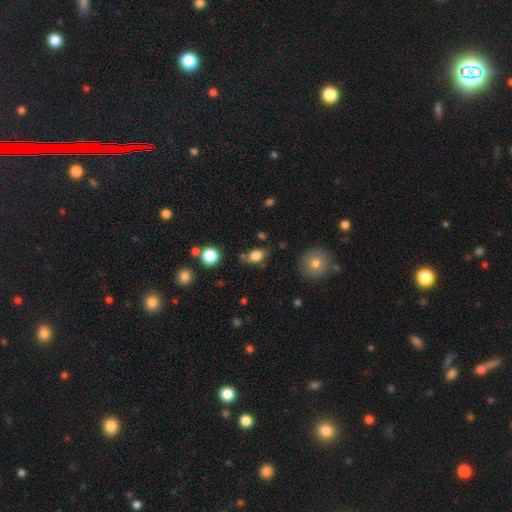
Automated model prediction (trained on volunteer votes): A smooth galaxy with no disk features (80%) that is in between round and cigar-shaped (72%). Merging: none (69%).